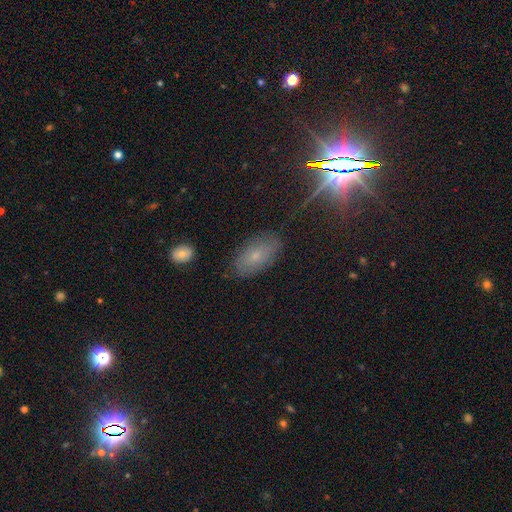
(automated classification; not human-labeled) smooth_or_featured: smooth (p=0.54) [alt: featured or disk p=0.24]
how_rounded: in between (p=0.92) [alt: round p=0.04]
merging: none (p=0.81) [alt: minor disturbance p=0.14]